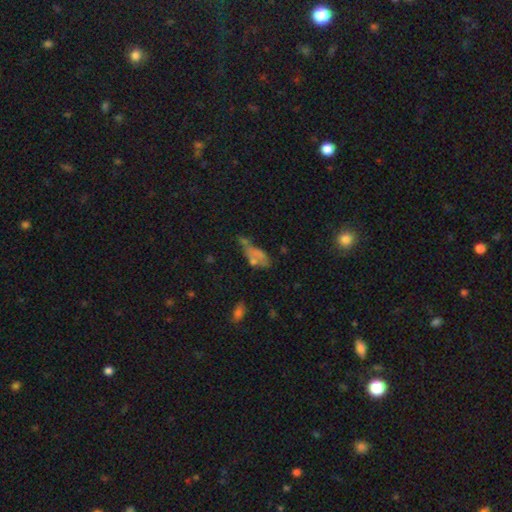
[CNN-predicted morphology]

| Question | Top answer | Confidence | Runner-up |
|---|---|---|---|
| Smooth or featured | smooth | 56% | featured or disk (27%) |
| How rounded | in between | 81% | cigar-shaped (12%) |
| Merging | merger | 29% | none (27%) |